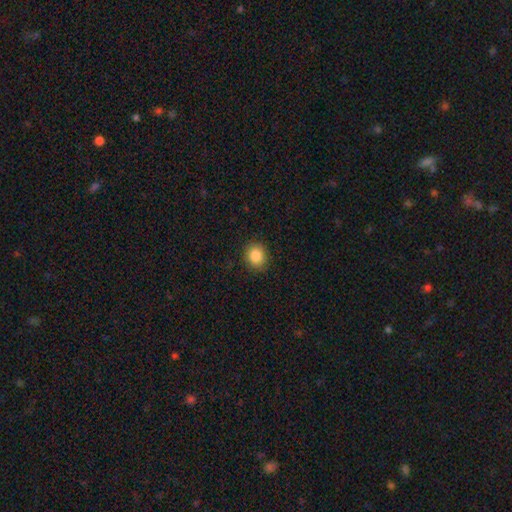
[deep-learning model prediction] Smooth or featured? smooth (87%)
How rounded? round (75%)
Merging? none (90%)